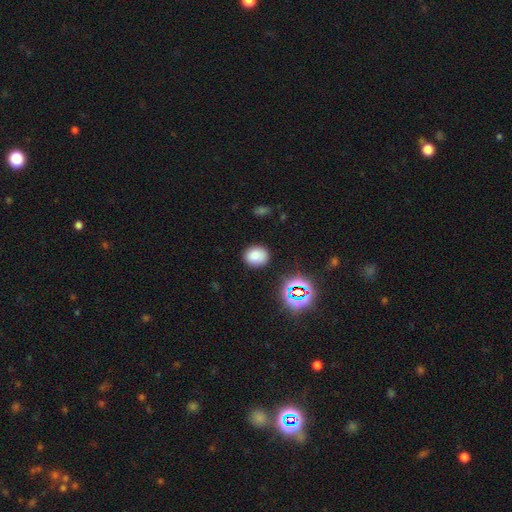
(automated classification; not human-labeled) A smooth galaxy with no disk features (77%) that is round (60%).

Vote fractions:
- Smooth or featured? smooth: 77% / star or artifact: 15% / featured or disk: 7%
- How rounded? round: 60% / in between: 39% / cigar-shaped: 1%
- Merging? none: 84% / minor disturbance: 11% / major disturbance: 3% / merger: 2%